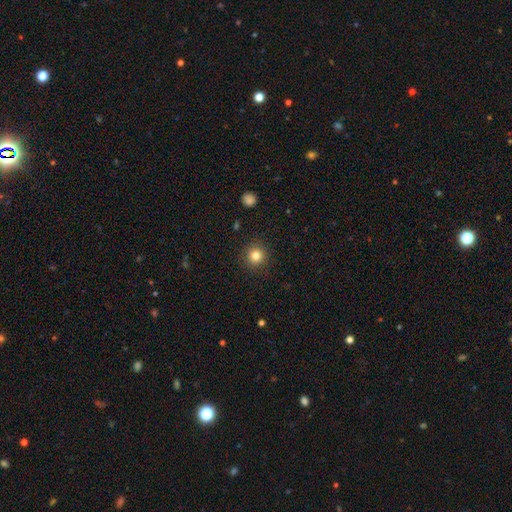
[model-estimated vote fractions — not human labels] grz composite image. It shows a smooth galaxy with no disk features (82%) that is round (94%). Merging: none (91%).